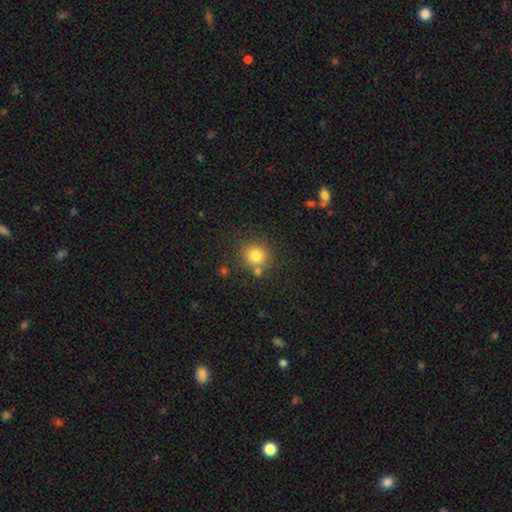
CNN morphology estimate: Smooth or featured?
  - smooth: 81% *
  - star or artifact: 12%
  - featured or disk: 7%
How rounded?
  - round: 87% *
  - in between: 12%
  - cigar-shaped: 1%
Merging?
  - none: 76% *
  - merger: 11%
  - minor disturbance: 10%
  - major disturbance: 3%